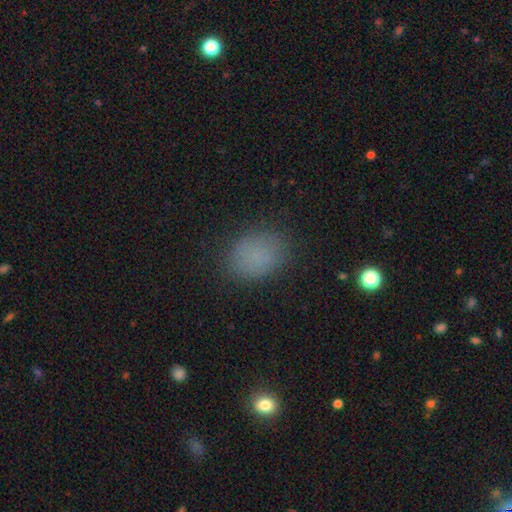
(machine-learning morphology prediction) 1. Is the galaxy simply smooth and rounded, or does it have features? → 81% smooth, 14% star or artifact, 5% featured or disk.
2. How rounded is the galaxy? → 61% in between, 38% round, 1% cigar-shaped.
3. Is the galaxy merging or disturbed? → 83% none, 12% minor disturbance, 4% major disturbance, 1% merger.